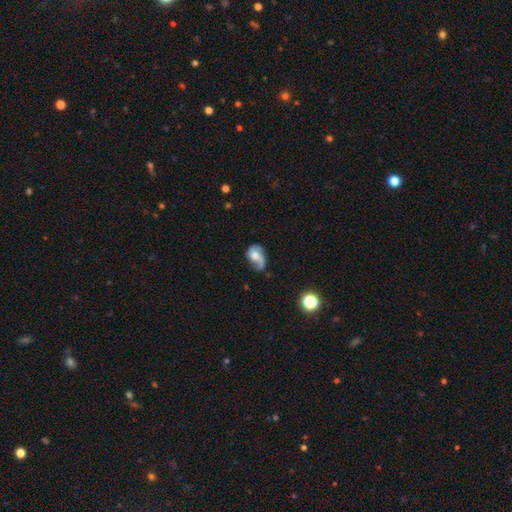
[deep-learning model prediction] Smooth or featured: featured or disk — 57% (smooth — 34%)
Edge-on disk: no — 97% (yes — 3%)
Bar: no — 65% (weak — 29%)
Spiral arms: yes — 83% (no — 17%)
Bulge size: moderate — 39% (small — 23%)
Merging: none — 36% (major disturbance — 29%)